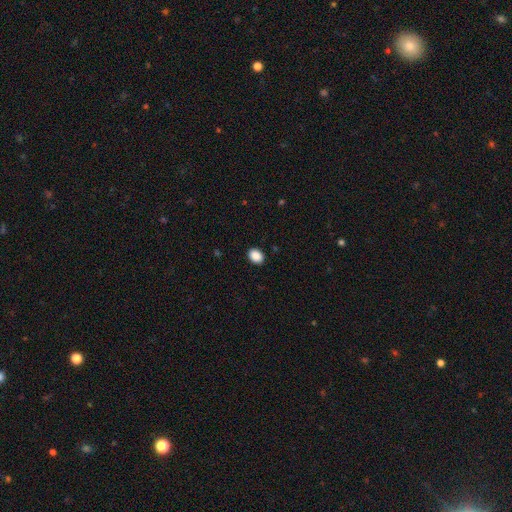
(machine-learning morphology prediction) Smooth or featured? Predicted: smooth (p=0.90). How rounded? Predicted: in between (p=0.66). Merging? Predicted: none (p=0.90).